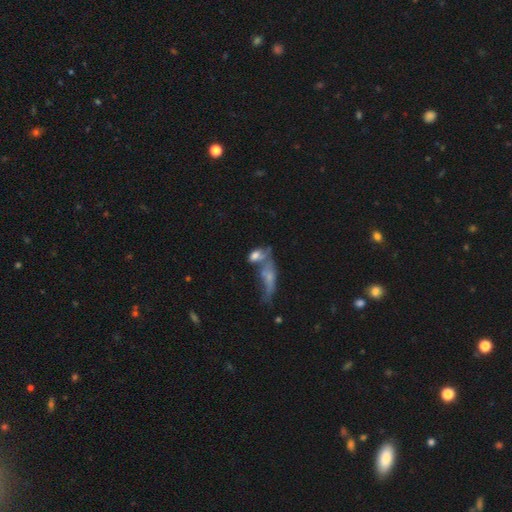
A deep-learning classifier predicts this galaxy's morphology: A smooth galaxy with no disk features (66%) that is in between round and cigar-shaped (76%). Merging: merger (47%).